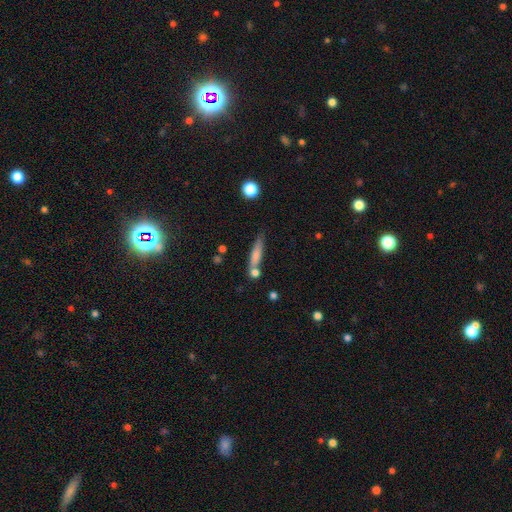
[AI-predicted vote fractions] A smooth galaxy with no disk features (71%) that is cigar-shaped (83%).

Vote fractions:
- Smooth or featured? smooth: 71% / featured or disk: 22% / star or artifact: 7%
- How rounded? cigar-shaped: 83% / in between: 15% / round: 3%
- Merging? none: 60% / minor disturbance: 18% / merger: 17% / major disturbance: 6%